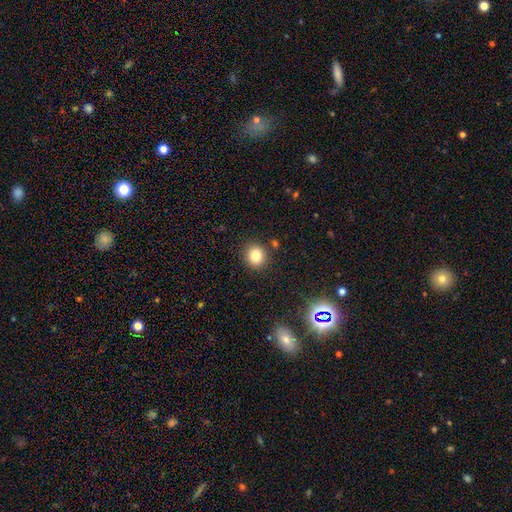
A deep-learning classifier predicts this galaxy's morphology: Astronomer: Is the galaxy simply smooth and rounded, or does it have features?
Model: smooth — 81%.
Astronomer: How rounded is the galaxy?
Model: round — 86%.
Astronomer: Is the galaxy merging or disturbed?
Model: none — 88%.